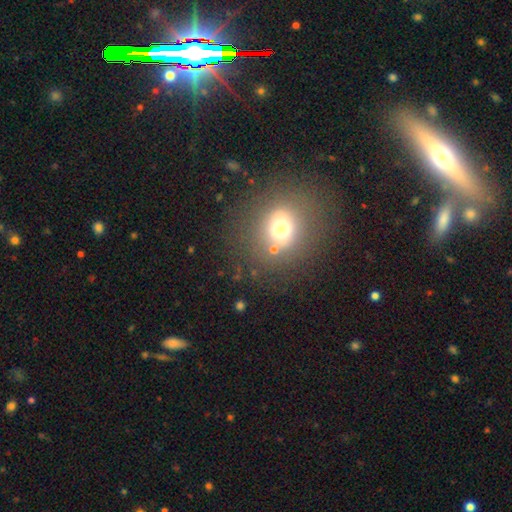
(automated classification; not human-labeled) Q: Smooth or featured?
A: smooth (45%); runner-up: star or artifact (37%)
Q: Merging?
A: none (82%); runner-up: minor disturbance (9%)